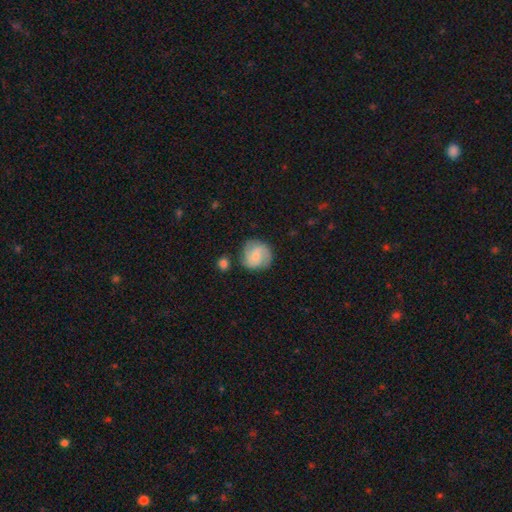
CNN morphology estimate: smooth_or_featured: featured or disk (p=0.56) [alt: smooth p=0.37]
disk_edge_on: no (p=0.98) [alt: yes p=0.02]
bar: no (p=0.53) [alt: weak p=0.40]
has_spiral_arms: yes (p=0.92) [alt: no p=0.08]
spiral_winding: medium (p=0.46) [alt: tight p=0.35]
spiral_arm_count: 2 (p=0.45) [alt: 3 p=0.28]
bulge_size: small (p=0.53) [alt: moderate p=0.28]
merging: none (p=0.74) [alt: minor disturbance p=0.16]